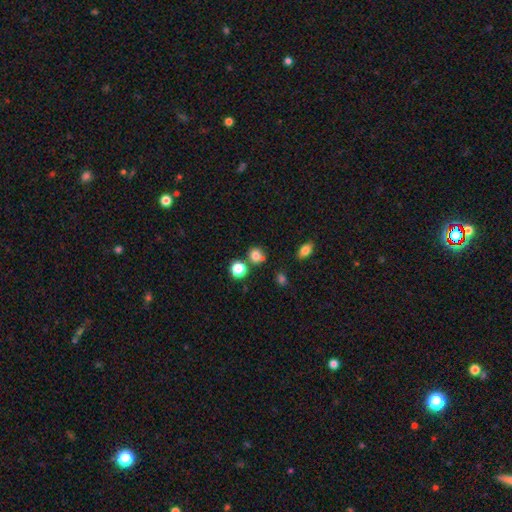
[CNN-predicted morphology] Smooth or featured: smooth — 78% (star or artifact — 15%)
How rounded: round — 77% (in between — 22%)
Merging: none — 65% (merger — 17%)